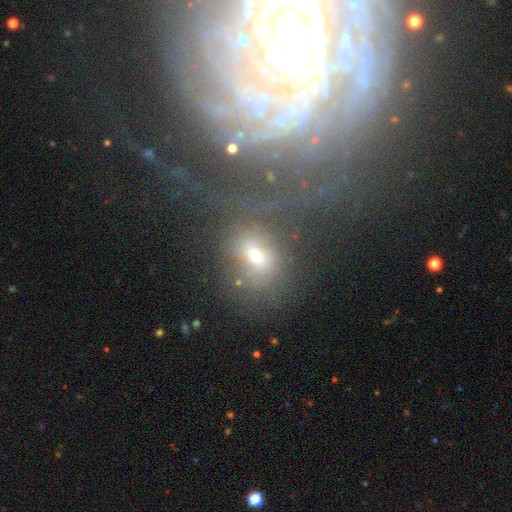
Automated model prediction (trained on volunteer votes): Q: Smooth or featured?
A: smooth (50%); runner-up: featured or disk (26%)
Q: How rounded?
A: in between (53%); runner-up: round (43%)
Q: Merging?
A: none (51%); runner-up: merger (18%)